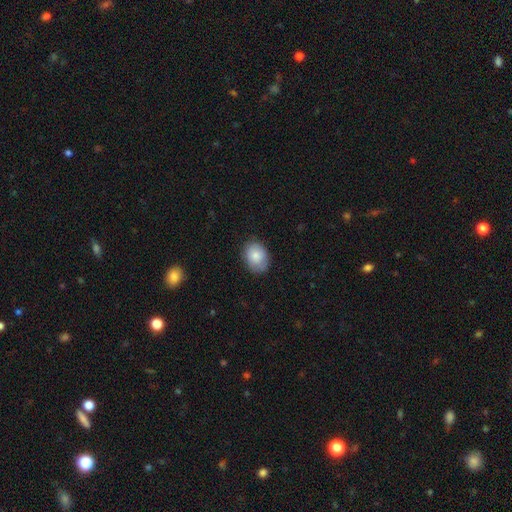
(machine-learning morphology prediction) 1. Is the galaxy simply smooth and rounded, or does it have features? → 81% smooth, 12% featured or disk, 7% star or artifact.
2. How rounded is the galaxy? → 66% in between, 33% round, 1% cigar-shaped.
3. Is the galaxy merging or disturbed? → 77% none, 18% minor disturbance, 4% major disturbance, 1% merger.